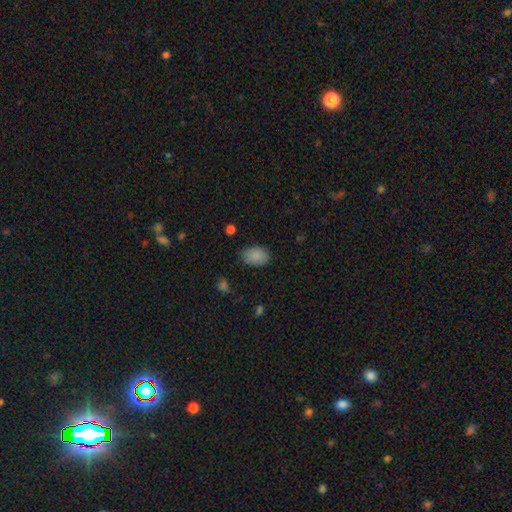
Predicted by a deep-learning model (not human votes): The model was most divided on "merging": none: 81%, minor disturbance: 14%, major disturbance: 3%, merger: 1%. More confident: smooth or featured — smooth (87%); how rounded — in between (83%).